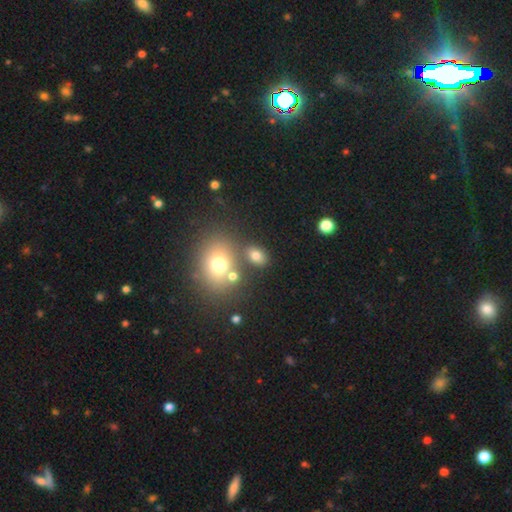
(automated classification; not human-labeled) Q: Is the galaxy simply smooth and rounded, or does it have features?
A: smooth — 74%.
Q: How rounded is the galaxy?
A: in between — 71%.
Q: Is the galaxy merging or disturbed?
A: none — 67%.